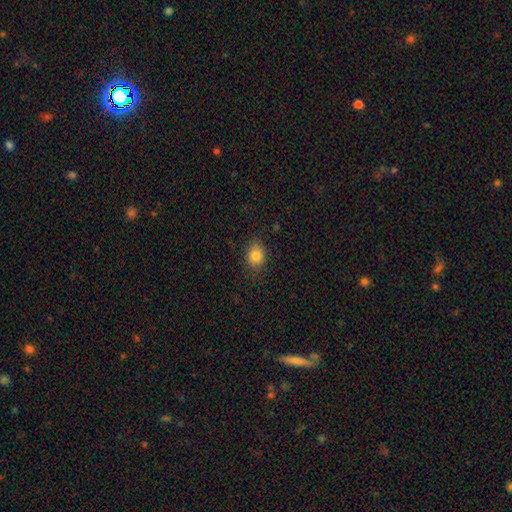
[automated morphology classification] A smooth galaxy with no disk features (85%) that is in between round and cigar-shaped (52%). Merging: none (82%).